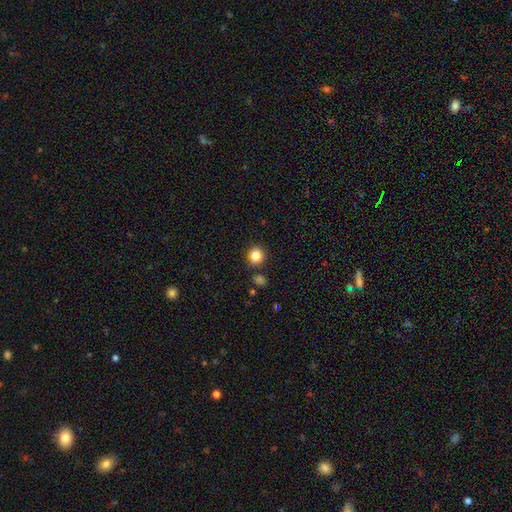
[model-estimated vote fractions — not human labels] Smooth or featured: smooth — 83% (star or artifact — 11%)
How rounded: round — 87% (in between — 12%)
Merging: none — 86% (minor disturbance — 8%)